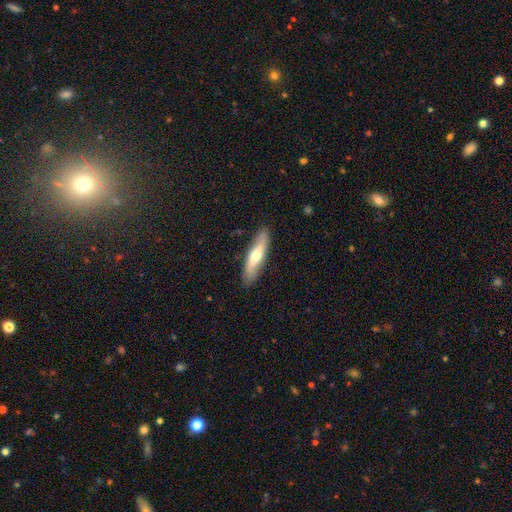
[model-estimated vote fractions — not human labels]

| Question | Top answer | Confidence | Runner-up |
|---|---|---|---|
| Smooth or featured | smooth | 53% | featured or disk (42%) |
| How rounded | cigar-shaped | 69% | in between (29%) |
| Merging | none | 85% | minor disturbance (11%) |